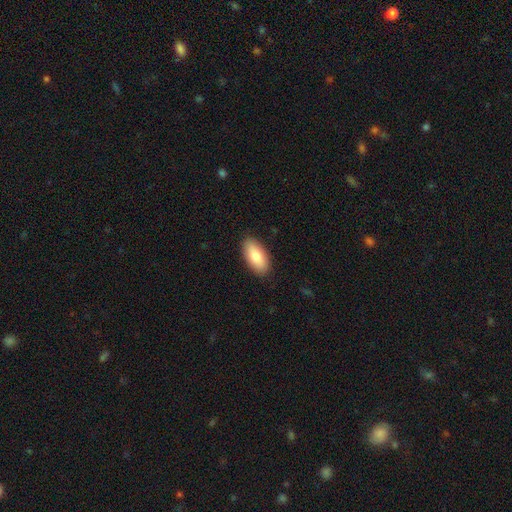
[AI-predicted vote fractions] Smooth or featured: smooth — 82% (featured or disk — 12%)
How rounded: in between — 92% (cigar-shaped — 6%)
Merging: none — 89% (minor disturbance — 8%)